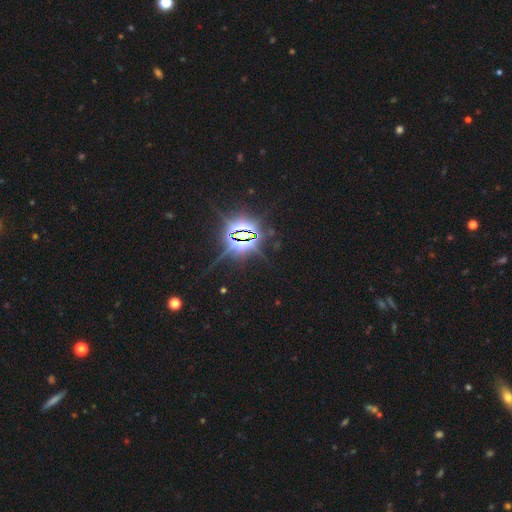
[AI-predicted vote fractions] Overall: star or artifact (84%).